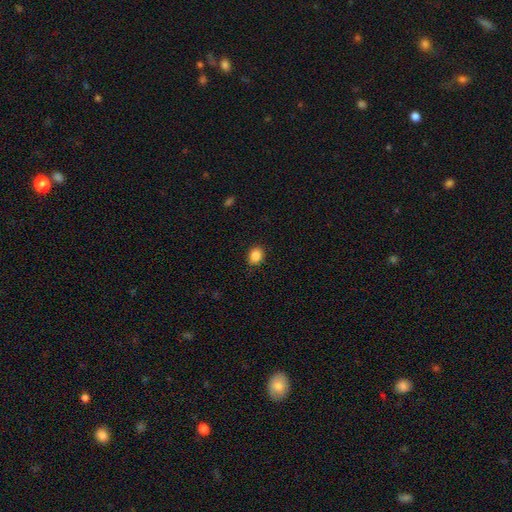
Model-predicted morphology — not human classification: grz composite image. It shows a smooth galaxy with no disk features (85%) that is round (59%). Merging: none (89%).